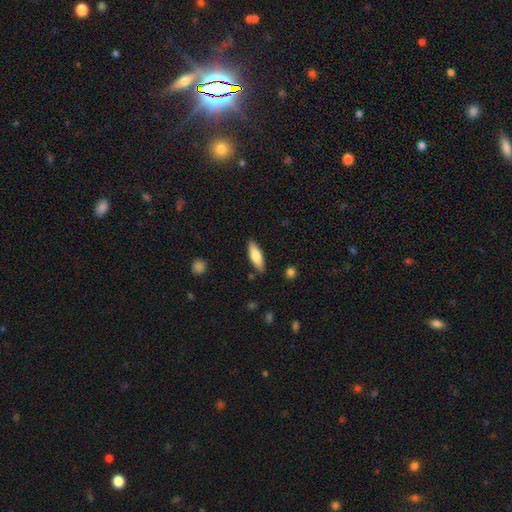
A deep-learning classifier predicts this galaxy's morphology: Q: Smooth or featured?
A: smooth (69%); runner-up: featured or disk (24%)
Q: How rounded?
A: in between (56%); runner-up: cigar-shaped (42%)
Q: Merging?
A: none (85%); runner-up: minor disturbance (11%)